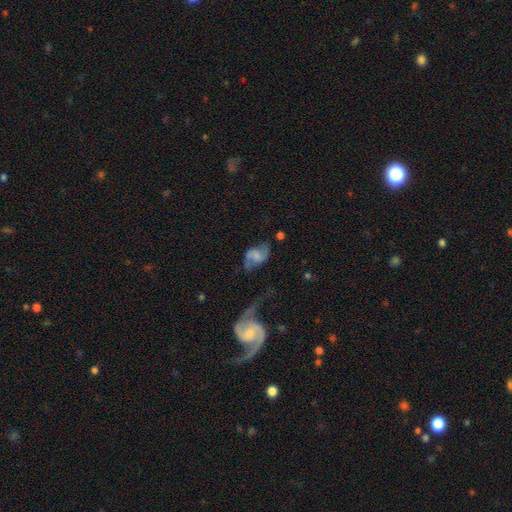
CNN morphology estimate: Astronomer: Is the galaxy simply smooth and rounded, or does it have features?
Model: featured or disk — 68%.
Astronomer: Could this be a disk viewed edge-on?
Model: no — 97%.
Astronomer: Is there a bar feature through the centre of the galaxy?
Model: weak — 44% (runner-up: no, 43%).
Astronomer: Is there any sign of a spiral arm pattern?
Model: yes — 90%.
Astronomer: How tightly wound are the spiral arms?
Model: loose — 51% (runner-up: medium, 38%).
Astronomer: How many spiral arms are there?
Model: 2 — 88%.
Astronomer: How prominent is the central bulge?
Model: none — 35% (runner-up: small, 32%).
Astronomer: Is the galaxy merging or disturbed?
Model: none — 51%.